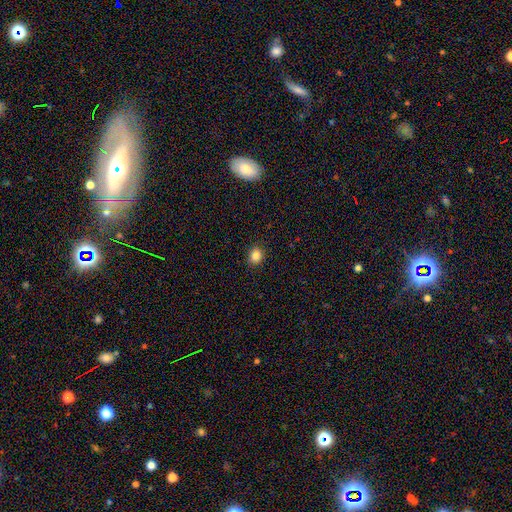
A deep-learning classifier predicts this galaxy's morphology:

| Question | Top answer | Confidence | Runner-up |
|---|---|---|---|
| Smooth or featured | smooth | 84% | star or artifact (11%) |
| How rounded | round | 66% | in between (33%) |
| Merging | none | 90% | minor disturbance (7%) |